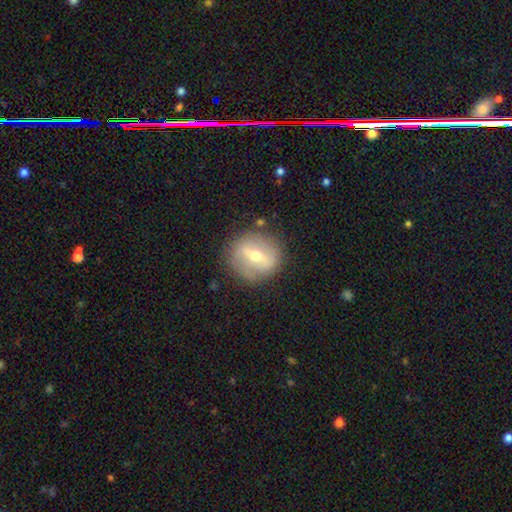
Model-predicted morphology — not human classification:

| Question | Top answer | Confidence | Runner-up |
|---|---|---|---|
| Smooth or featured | featured or disk | 61% | smooth (31%) |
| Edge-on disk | no | 88% | yes (12%) |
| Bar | strong | 51% | weak (35%) |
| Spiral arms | no | 65% | yes (35%) |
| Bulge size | moderate | 64% | small (31%) |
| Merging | none | 81% | minor disturbance (12%) |